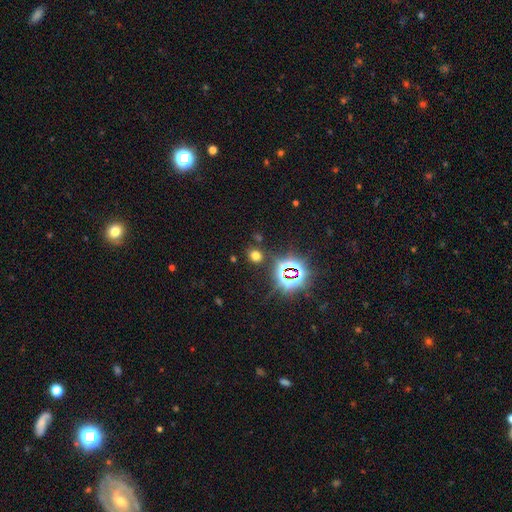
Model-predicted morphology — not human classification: Overall: smooth (56%; star or artifact 37%). How rounded: round (71%). Merging: none (83%).